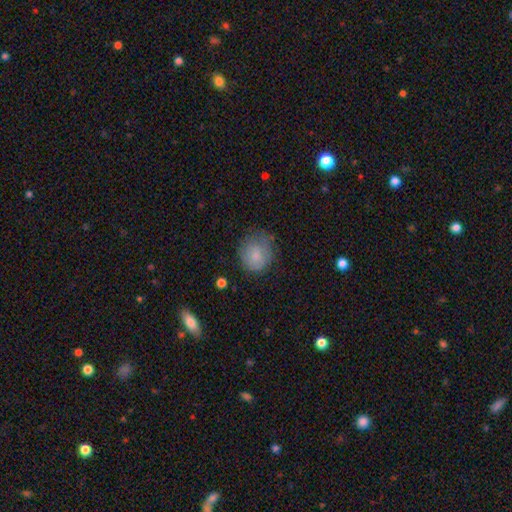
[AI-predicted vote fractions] Q: Smooth or featured?
A: smooth (78%); runner-up: featured or disk (14%)
Q: How rounded?
A: round (79%); runner-up: in between (20%)
Q: Merging?
A: none (57%); runner-up: minor disturbance (29%)